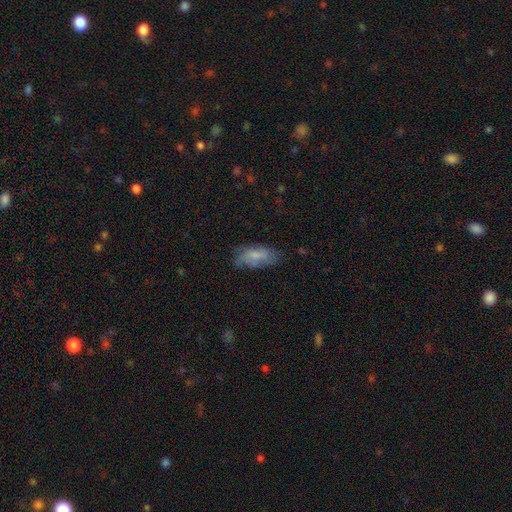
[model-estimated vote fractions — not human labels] A smooth galaxy with no disk features (65%) that is in between round and cigar-shaped (84%).

Vote fractions:
- Smooth or featured? smooth: 65% / featured or disk: 27% / star or artifact: 8%
- How rounded? in between: 84% / cigar-shaped: 14% / round: 3%
- Merging? none: 58% / minor disturbance: 28% / major disturbance: 11% / merger: 2%